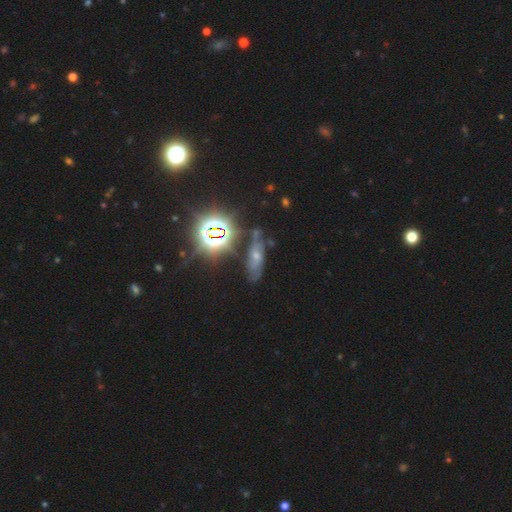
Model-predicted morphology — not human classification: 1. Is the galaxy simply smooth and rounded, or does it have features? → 41% star or artifact, 30% smooth, 29% featured or disk.